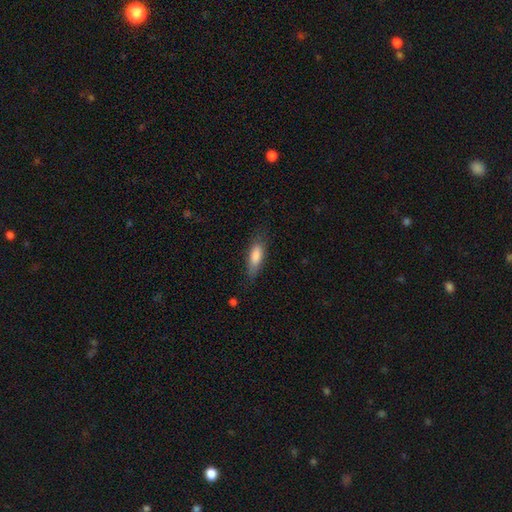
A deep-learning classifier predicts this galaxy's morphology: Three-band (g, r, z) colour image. It shows a smooth galaxy with no disk features (81%) that is in between round and cigar-shaped (59%). Merging: none (72%).